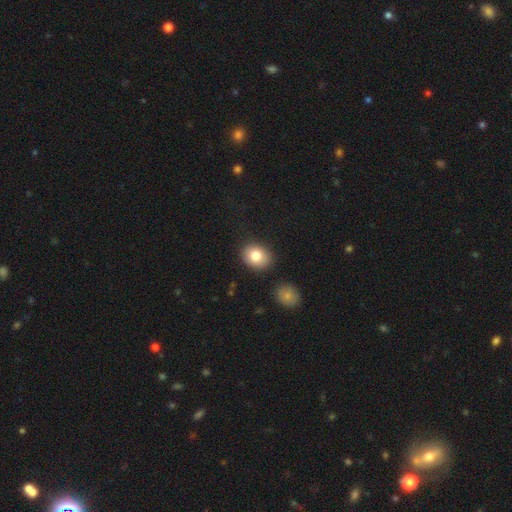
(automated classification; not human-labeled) Smooth or featured? Predicted: smooth (p=0.82). How rounded? Predicted: round (p=0.51). Merging? Predicted: none (p=0.84).